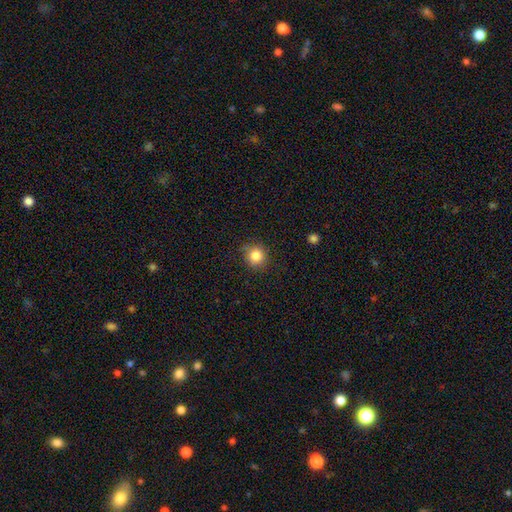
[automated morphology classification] The model was most divided on "smooth or featured": smooth: 83%, star or artifact: 11%, featured or disk: 6%. More confident: how rounded — round (91%); merging — none (86%).